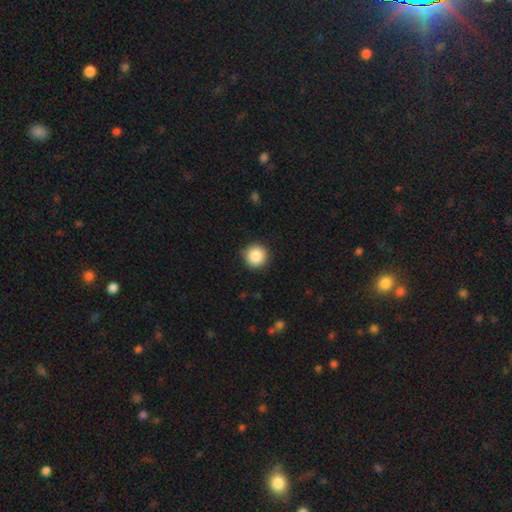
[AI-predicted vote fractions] Smooth or featured?
  - smooth: 87% *
  - star or artifact: 9%
  - featured or disk: 4%
How rounded?
  - round: 95% *
  - in between: 4%
  - cigar-shaped: 1%
Merging?
  - none: 89% *
  - minor disturbance: 8%
  - major disturbance: 2%
  - merger: 1%